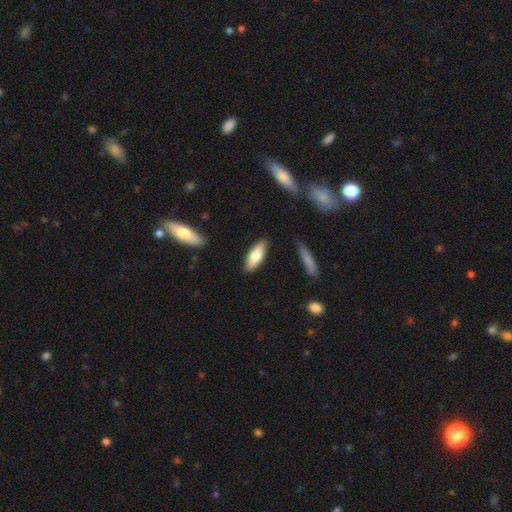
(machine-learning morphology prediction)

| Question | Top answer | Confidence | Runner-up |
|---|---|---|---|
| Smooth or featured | smooth | 72% | featured or disk (23%) |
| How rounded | in between | 66% | cigar-shaped (32%) |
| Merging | none | 86% | minor disturbance (10%) |